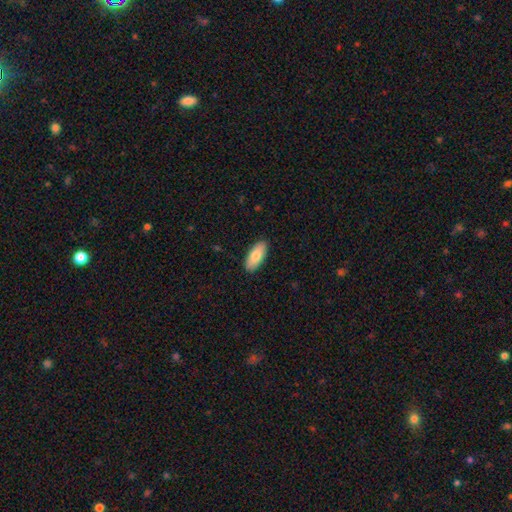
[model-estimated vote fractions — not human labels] smooth_or_featured: smooth (p=0.82) [alt: featured or disk p=0.12]
how_rounded: in between (p=0.86) [alt: cigar-shaped p=0.12]
merging: none (p=0.90) [alt: minor disturbance p=0.07]